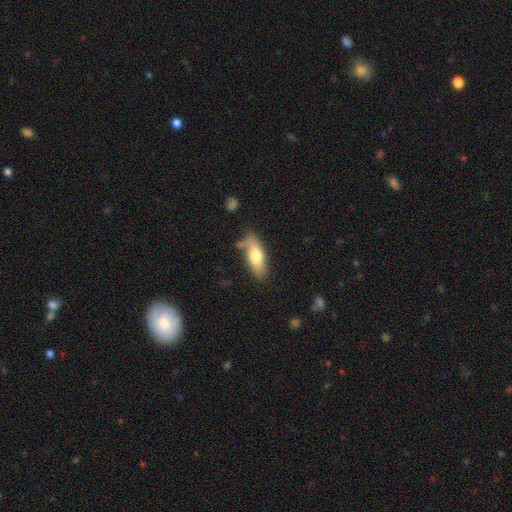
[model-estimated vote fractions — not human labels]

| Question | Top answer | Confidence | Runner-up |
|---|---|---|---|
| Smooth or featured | smooth | 70% | featured or disk (24%) |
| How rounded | in between | 70% | cigar-shaped (27%) |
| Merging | none | 64% | minor disturbance (22%) |